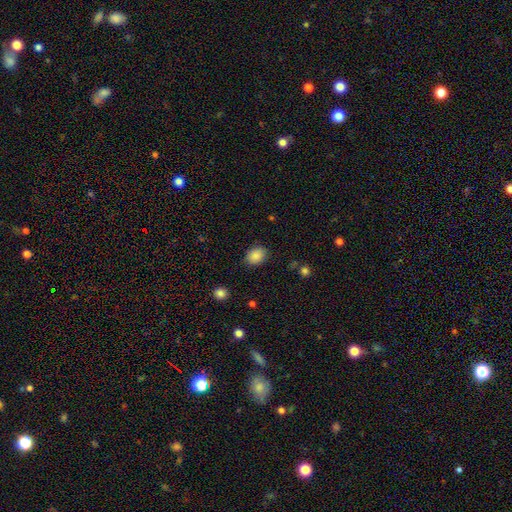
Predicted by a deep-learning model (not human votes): Morphology: type=smooth (88%); roundness=in between (59%); merging=none (87%).